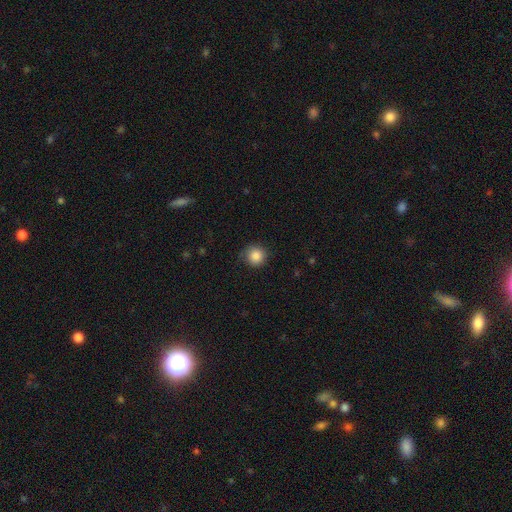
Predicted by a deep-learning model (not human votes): Morphology: type=smooth (86%); roundness=round (94%); merging=none (82%).